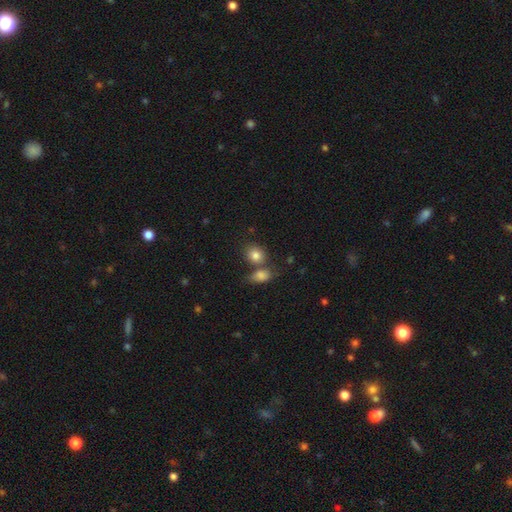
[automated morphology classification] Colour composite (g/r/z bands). It shows a smooth galaxy with no disk features (82%) that is round (59%). Merging: none (52%).